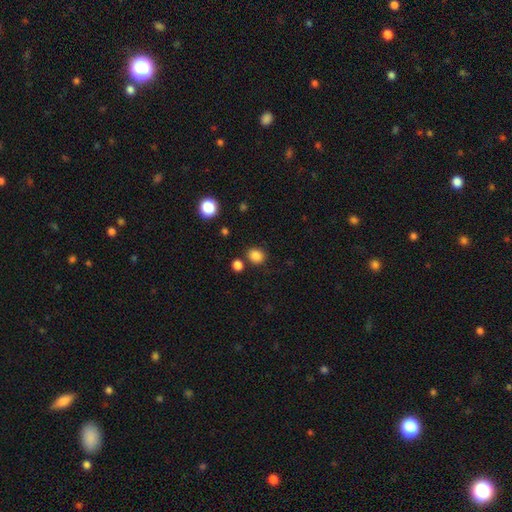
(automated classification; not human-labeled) A smooth galaxy with no disk features (85%) that is round (70%). Merging: none (80%).